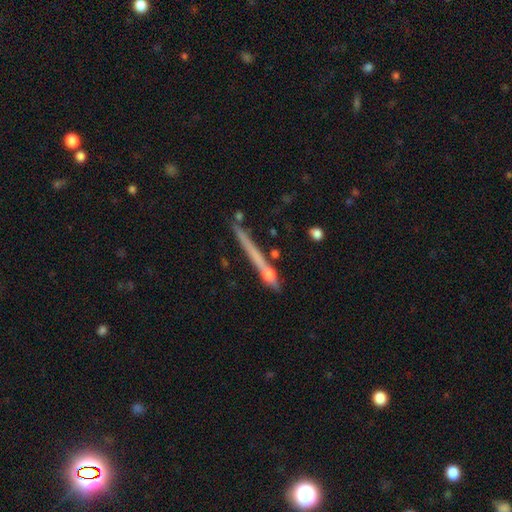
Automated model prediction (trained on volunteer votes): Smooth or featured?
  - featured or disk: 50% *
  - smooth: 41%
  - star or artifact: 8%
Edge-on disk?
  - yes: 95% *
  - no: 5%
Merging?
  - none: 75% *
  - minor disturbance: 13%
  - merger: 8%
  - major disturbance: 4%